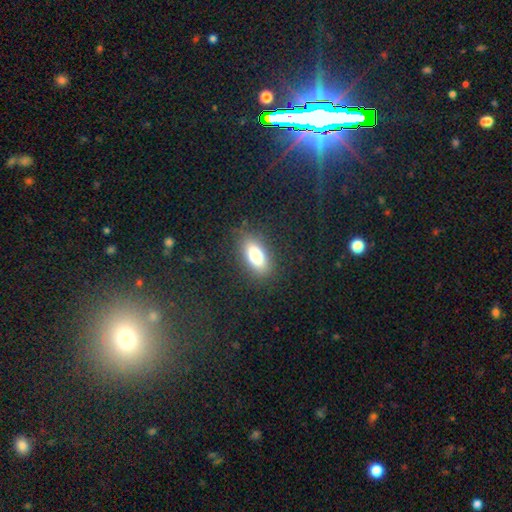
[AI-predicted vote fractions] smooth 75%, featured or disk 15%, star or artifact 10%. Down the decision tree: how rounded — in between (83%); merging — none (85%).